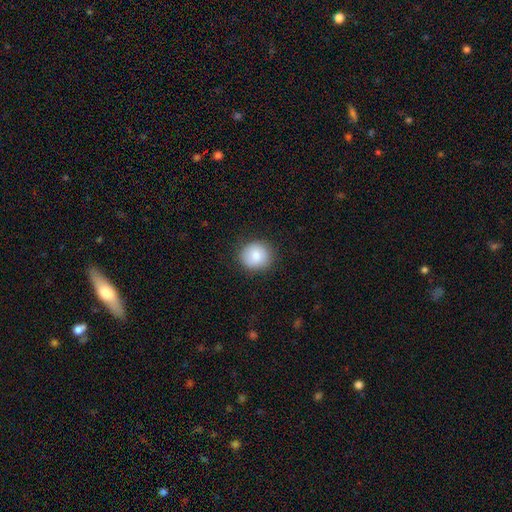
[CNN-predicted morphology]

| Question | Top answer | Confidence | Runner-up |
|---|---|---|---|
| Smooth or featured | smooth | 82% | featured or disk (10%) |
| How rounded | round | 86% | in between (13%) |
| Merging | none | 87% | minor disturbance (9%) |